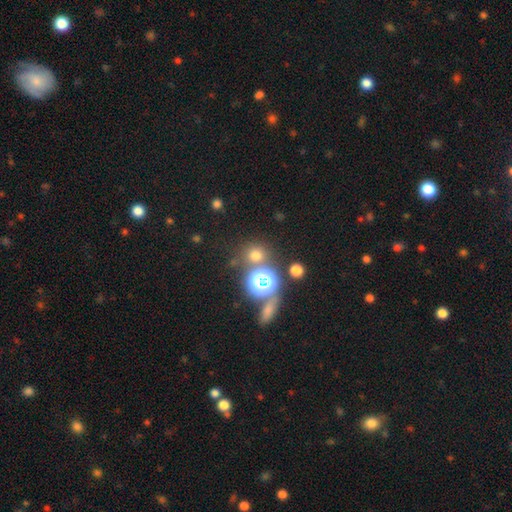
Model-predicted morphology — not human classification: A smooth galaxy with no disk features (65%) that is round (88%).

Vote fractions:
- Smooth or featured? smooth: 65% / star or artifact: 28% / featured or disk: 7%
- How rounded? round: 88% / in between: 11% / cigar-shaped: 1%
- Merging? none: 77% / merger: 11% / minor disturbance: 8% / major disturbance: 4%